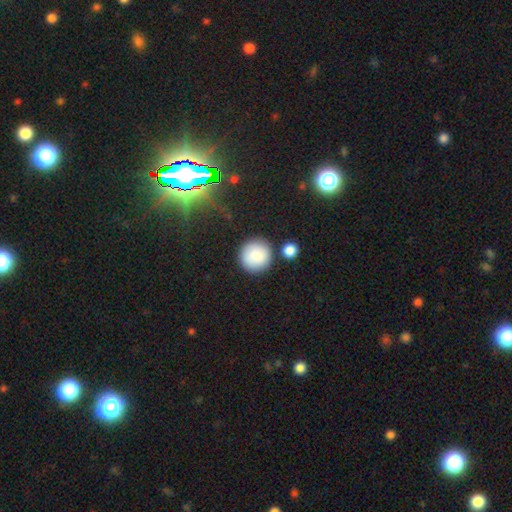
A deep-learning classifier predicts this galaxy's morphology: Q: Smooth or featured?
A: smooth (87%); runner-up: star or artifact (7%)
Q: How rounded?
A: round (95%); runner-up: in between (4%)
Q: Merging?
A: none (82%); runner-up: minor disturbance (8%)